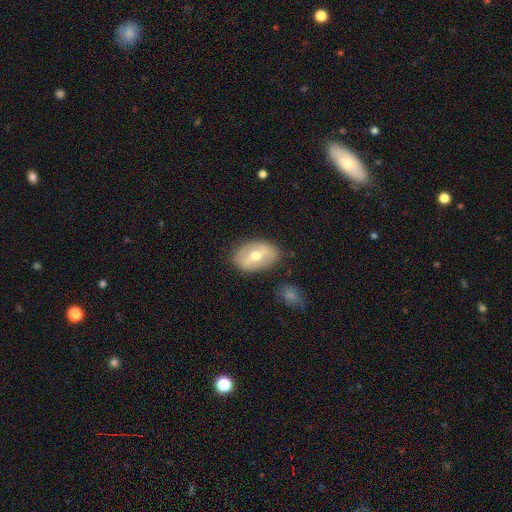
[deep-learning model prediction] smooth_or_featured: smooth (p=0.48) [alt: featured or disk p=0.46]
merging: none (p=0.80) [alt: minor disturbance p=0.14]